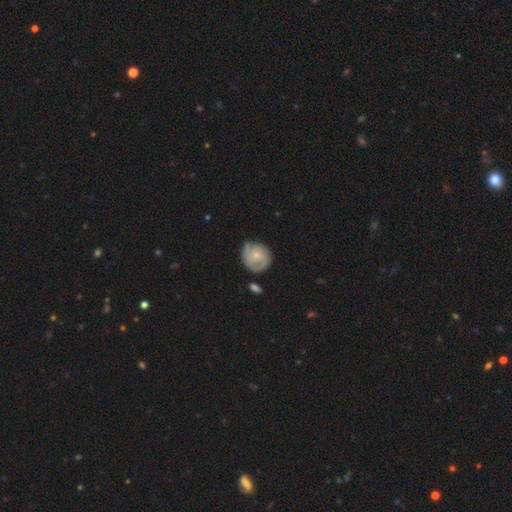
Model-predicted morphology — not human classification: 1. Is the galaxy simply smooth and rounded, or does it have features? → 57% featured or disk, 37% smooth, 6% star or artifact.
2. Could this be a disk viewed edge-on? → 98% no, 2% yes.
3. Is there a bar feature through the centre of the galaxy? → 76% no, 21% weak, 3% strong.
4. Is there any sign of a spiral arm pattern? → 85% yes, 15% no.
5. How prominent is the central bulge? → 66% small, 25% moderate, 6% none, 2% large, 1% dominant.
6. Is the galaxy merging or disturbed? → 64% none, 25% minor disturbance, 7% major disturbance, 3% merger.